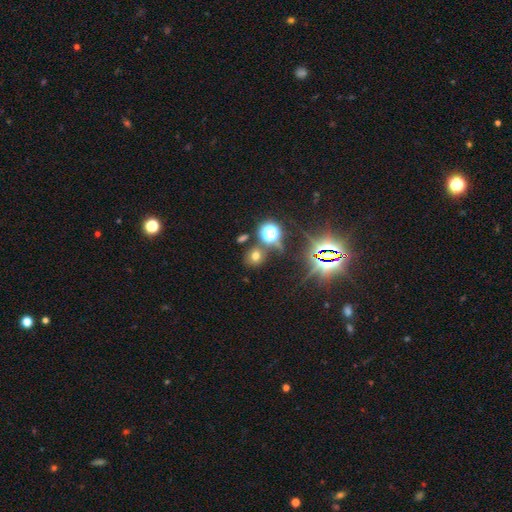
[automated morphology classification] Smooth or featured? smooth (56%)
How rounded? round (73%)
Merging? none (77%)